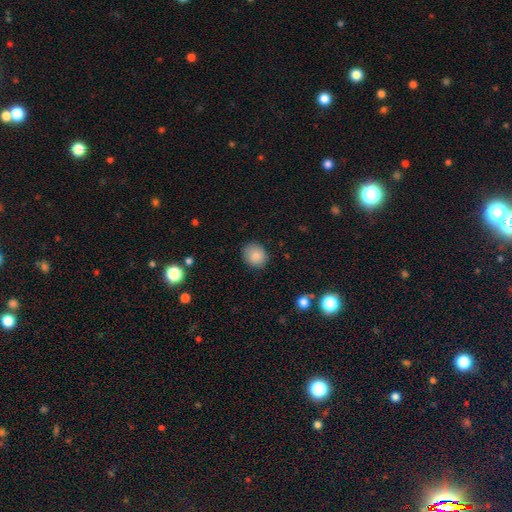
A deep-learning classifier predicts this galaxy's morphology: The model was most divided on "how rounded": round: 73%, in between: 26%, cigar-shaped: 1%. More confident: merging — none (85%); smooth or featured — smooth (84%).